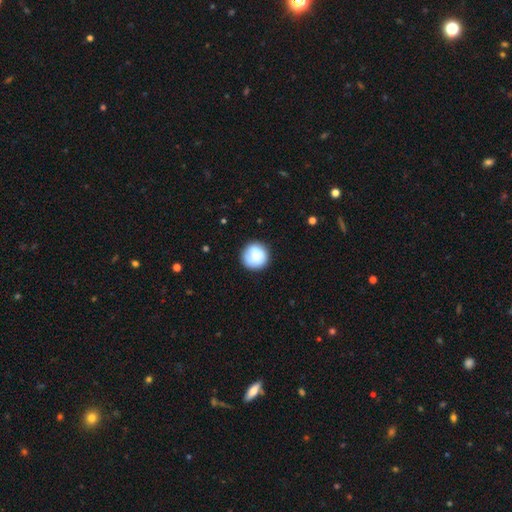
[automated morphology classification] Smooth or featured: smooth — 80% (featured or disk — 13%)
How rounded: round — 94% (in between — 5%)
Merging: none — 84% (minor disturbance — 11%)